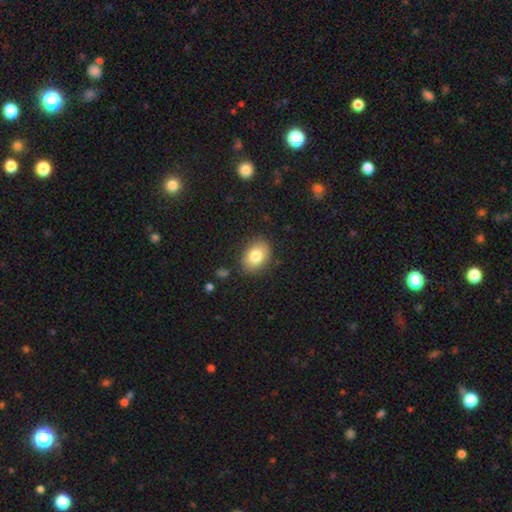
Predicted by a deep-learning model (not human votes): The model was most divided on "how rounded": in between: 71%, round: 28%, cigar-shaped: 1%. More confident: merging — none (84%); smooth or featured — smooth (81%).